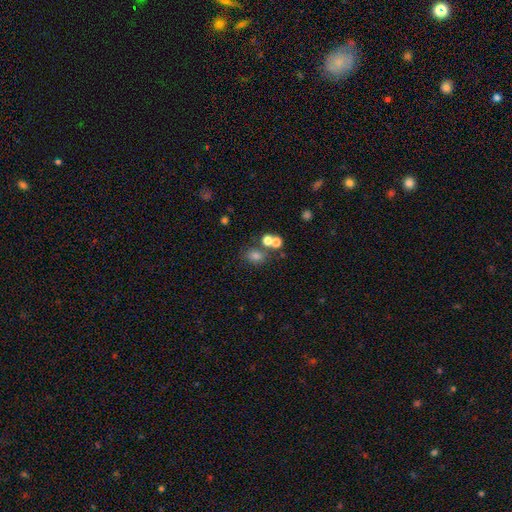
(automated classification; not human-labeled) This is likely a smooth galaxy (71%). How rounded: possibly round (52%). Merging: possibly none (60%).